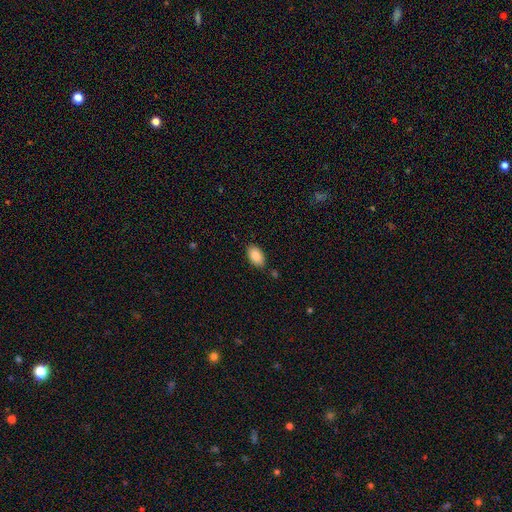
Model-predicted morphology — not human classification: A smooth galaxy with no disk features (87%) that is in between round and cigar-shaped (94%). Merging: none (83%).